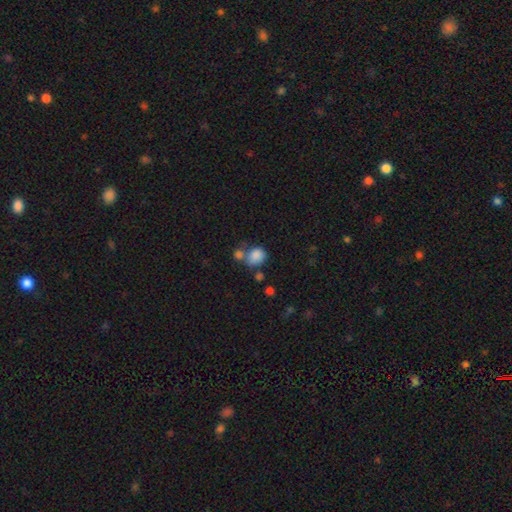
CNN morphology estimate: This appears to be a smooth galaxy with no disk features (83%) that is round (55%). Merging: none (39%, tied with merger).